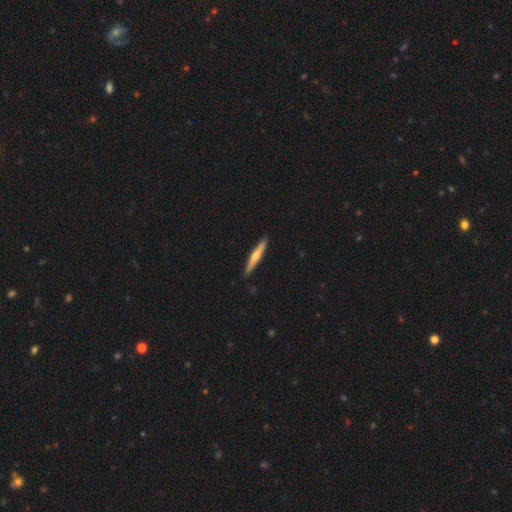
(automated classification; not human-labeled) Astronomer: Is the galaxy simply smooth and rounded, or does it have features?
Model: featured or disk — 48% (runner-up: smooth, 47%).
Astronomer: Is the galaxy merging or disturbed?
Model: none — 91%.